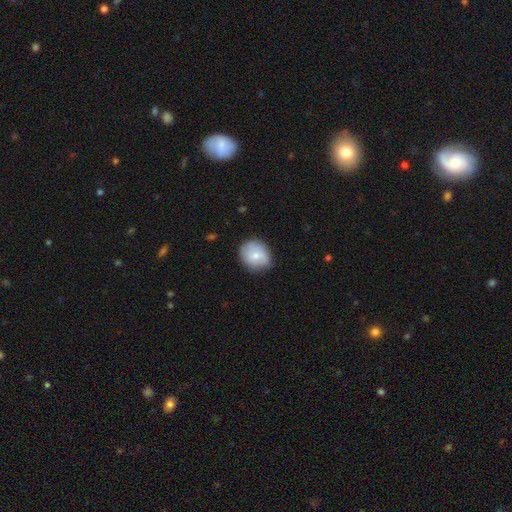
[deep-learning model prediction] smooth 69%, featured or disk 24%, star or artifact 7%. Down the decision tree: how rounded — round (74%); merging — none (75%).